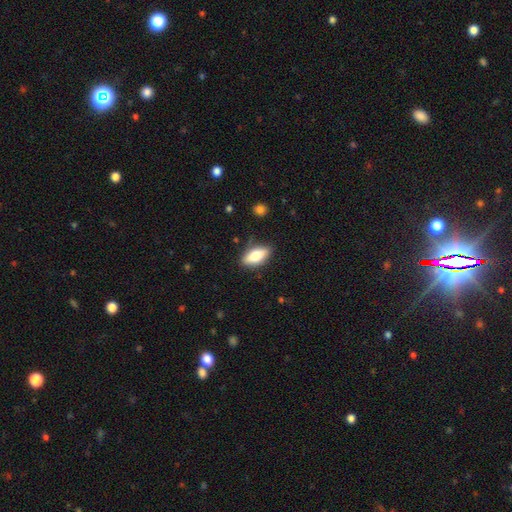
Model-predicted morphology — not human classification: The model was most divided on "smooth or featured": smooth: 71%, featured or disk: 23%, star or artifact: 7%. More confident: merging — none (83%); how rounded — in between (82%).